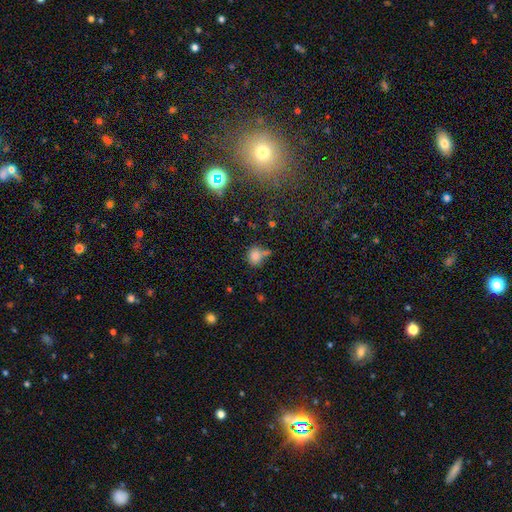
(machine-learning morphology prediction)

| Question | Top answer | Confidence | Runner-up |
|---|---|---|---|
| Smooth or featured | smooth | 78% | star or artifact (13%) |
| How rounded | round | 70% | in between (28%) |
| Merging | none | 48% | minor disturbance (23%) |